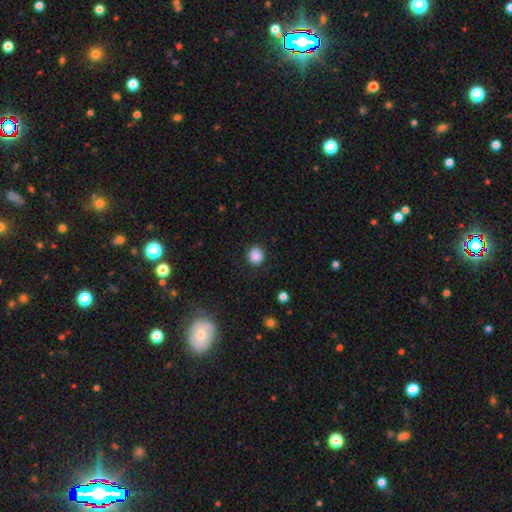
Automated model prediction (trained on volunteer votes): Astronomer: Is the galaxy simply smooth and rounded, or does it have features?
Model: smooth — 88%.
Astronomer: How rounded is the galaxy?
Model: round — 91%.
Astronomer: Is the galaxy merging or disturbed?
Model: none — 90%.